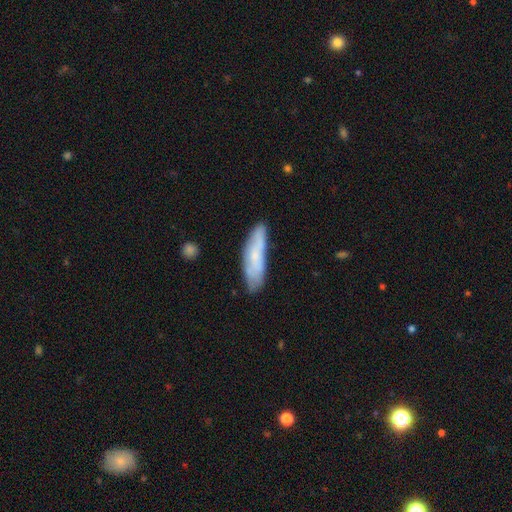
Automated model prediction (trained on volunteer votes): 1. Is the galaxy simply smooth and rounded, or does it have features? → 63% smooth, 30% featured or disk, 7% star or artifact.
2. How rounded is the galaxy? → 65% cigar-shaped, 34% in between, 2% round.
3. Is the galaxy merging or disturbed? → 71% none, 22% minor disturbance, 5% major disturbance, 3% merger.